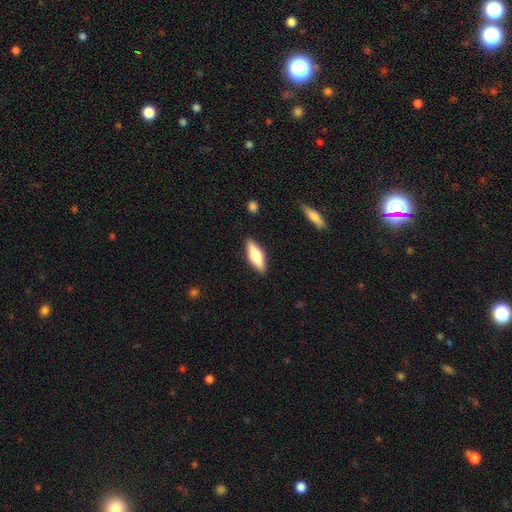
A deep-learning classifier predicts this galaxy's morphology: Overall: smooth (51%; featured or disk 43%). How rounded: in between (57%; cigar-shaped 41%). Merging: none (89%).